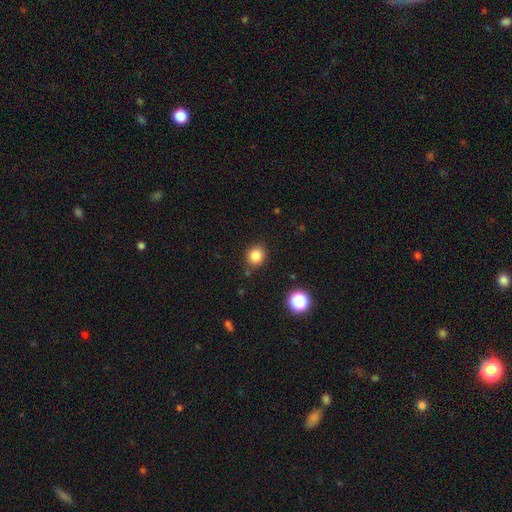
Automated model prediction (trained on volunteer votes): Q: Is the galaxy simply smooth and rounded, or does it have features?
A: smooth — 83%.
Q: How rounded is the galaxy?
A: round — 79%.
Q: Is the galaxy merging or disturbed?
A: none — 85%.